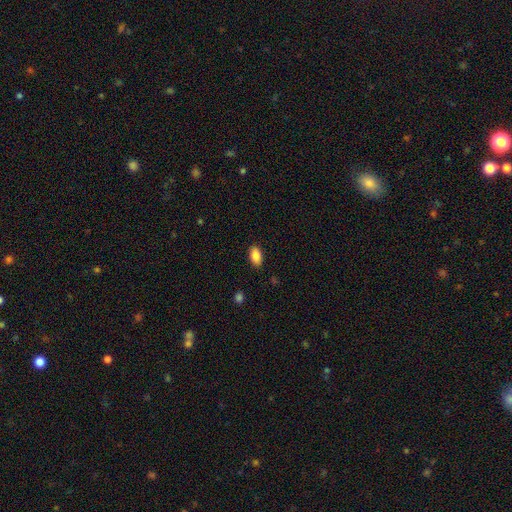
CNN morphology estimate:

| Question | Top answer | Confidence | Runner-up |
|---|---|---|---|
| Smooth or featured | smooth | 88% | star or artifact (8%) |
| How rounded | in between | 92% | round (5%) |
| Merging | none | 87% | minor disturbance (9%) |